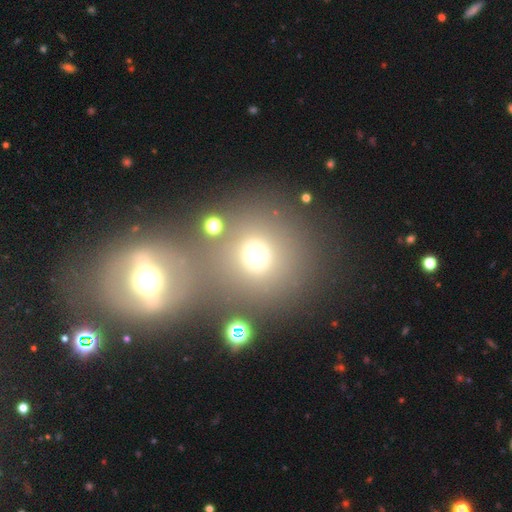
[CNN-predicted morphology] A smooth galaxy with no disk features (68%) that is round (86%).

Vote fractions:
- Smooth or featured? smooth: 68% / star or artifact: 20% / featured or disk: 12%
- How rounded? round: 86% / in between: 13% / cigar-shaped: 1%
- Merging? none: 58% / merger: 26% / minor disturbance: 10% / major disturbance: 6%